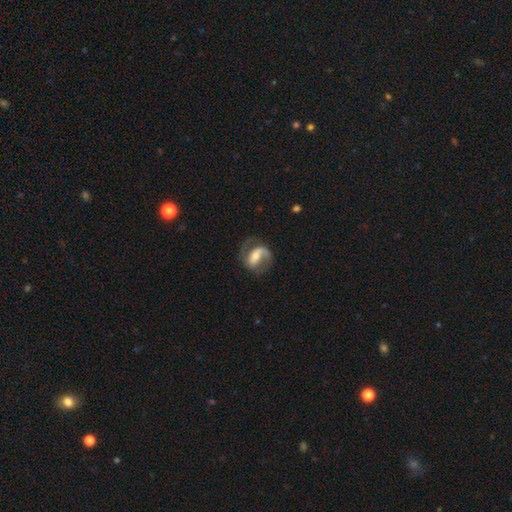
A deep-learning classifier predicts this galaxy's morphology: Smooth or featured? featured or disk (79%)
Edge-on disk? no (97%)
Bar? strong (42%)
Spiral arms? yes (92%)
Spiral winding? medium (49%)
Spiral arm count? 2 (71%)
Bulge size? moderate (52%)
Merging? none (65%)